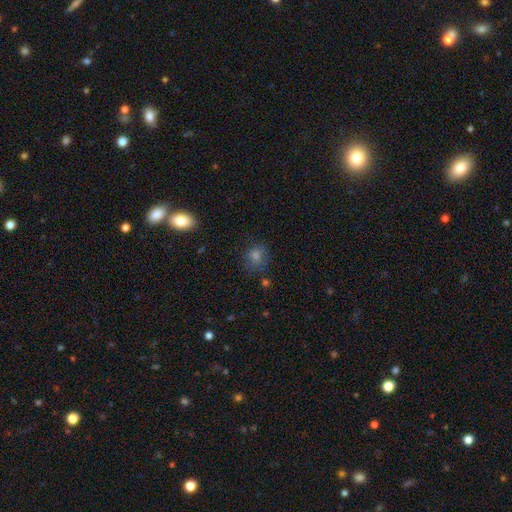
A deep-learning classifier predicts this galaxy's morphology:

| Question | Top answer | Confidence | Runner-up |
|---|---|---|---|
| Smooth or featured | smooth | 69% | star or artifact (20%) |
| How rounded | round | 64% | in between (35%) |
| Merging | none | 73% | minor disturbance (17%) |